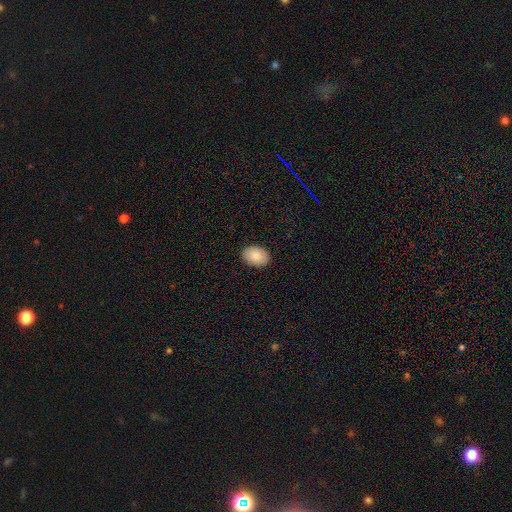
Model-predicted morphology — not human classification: smooth-or-featured: smooth: 87% | star or artifact: 7% | featured or disk: 6%
  how-rounded: in between: 80% | round: 19% | cigar-shaped: 1%
  merging: none: 90% | minor disturbance: 8% | major disturbance: 2% | merger: 1%